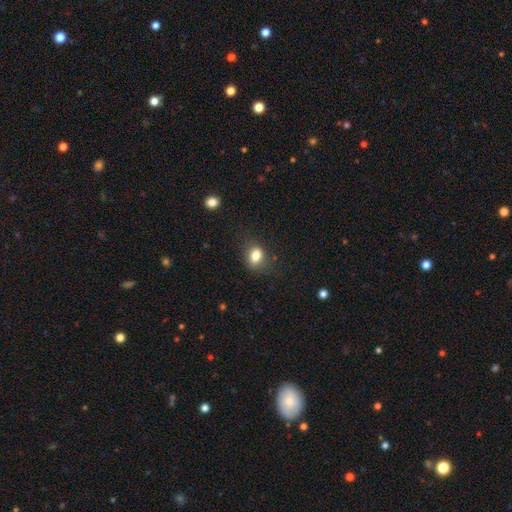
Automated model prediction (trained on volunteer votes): Overall: smooth (81%). How rounded: in between (62%; round 37%). Merging: none (73%).